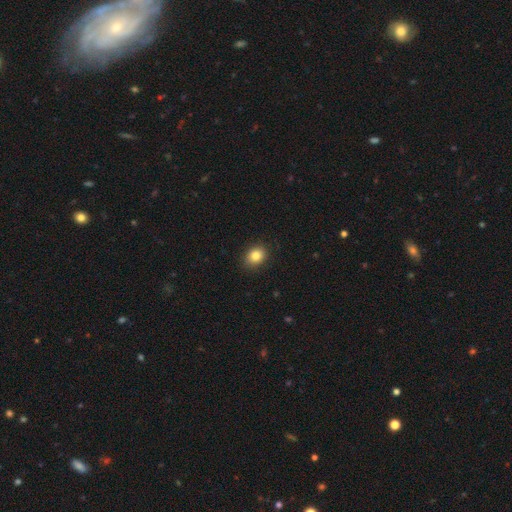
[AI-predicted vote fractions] Smooth or featured: smooth — 84% (star or artifact — 10%)
How rounded: in between — 50% (round — 49%)
Merging: none — 88% (minor disturbance — 8%)